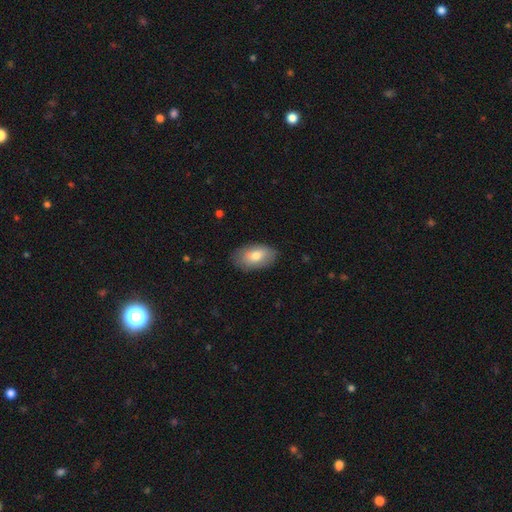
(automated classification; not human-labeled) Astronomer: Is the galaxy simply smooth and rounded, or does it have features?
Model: smooth — 76%.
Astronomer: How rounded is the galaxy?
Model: in between — 93%.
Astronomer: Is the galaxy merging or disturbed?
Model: none — 83%.